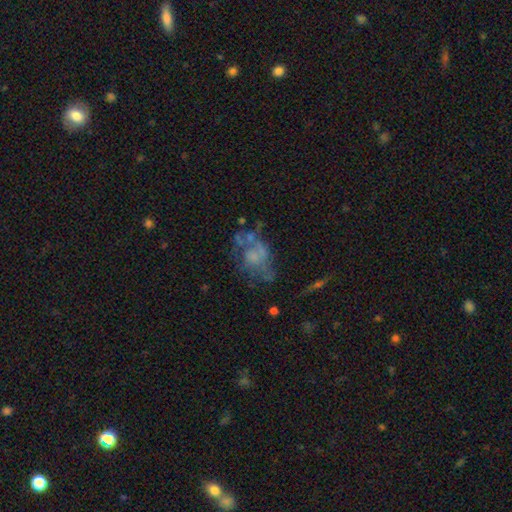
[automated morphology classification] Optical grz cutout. It shows a featured or disk galaxy (56%) with no bar (88%), no spiral arms (78%) and no central bulge (52%). Merging: major disturbance (35%).